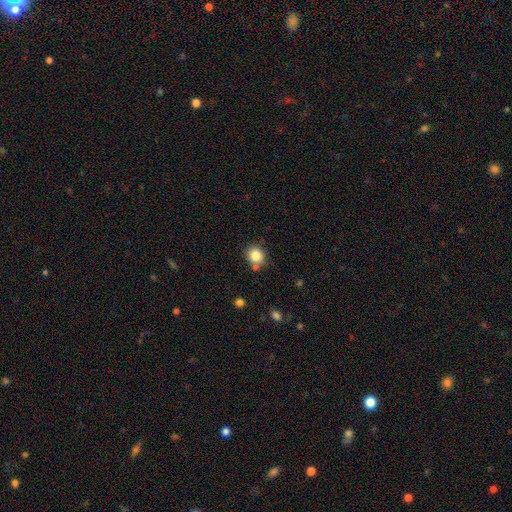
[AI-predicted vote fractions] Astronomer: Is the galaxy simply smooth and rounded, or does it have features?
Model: smooth — 83%.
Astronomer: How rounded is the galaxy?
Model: round — 83%.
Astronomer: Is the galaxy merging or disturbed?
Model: none — 75%.